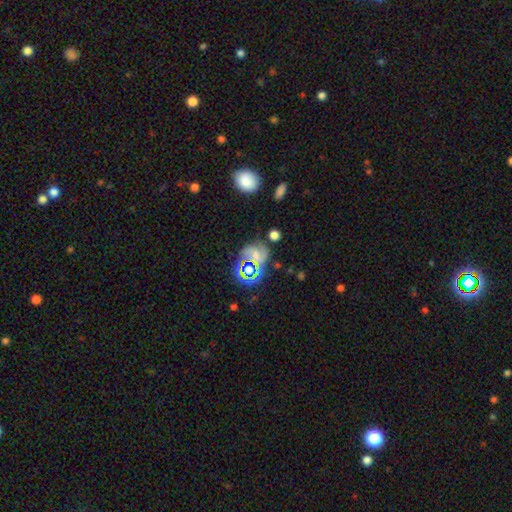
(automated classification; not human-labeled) smooth 37%, featured or disk 35%, star or artifact 28%. Down the decision tree: merging — none (55%).